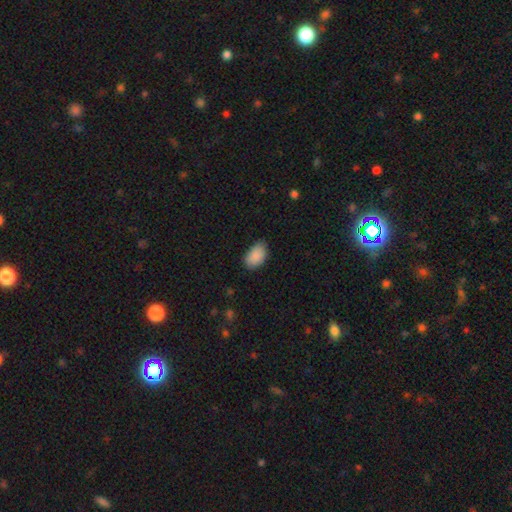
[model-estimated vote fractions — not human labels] Smooth or featured?
  - smooth: 89% *
  - star or artifact: 7%
  - featured or disk: 4%
How rounded?
  - in between: 93% *
  - round: 6%
  - cigar-shaped: 1%
Merging?
  - none: 75% *
  - minor disturbance: 21%
  - major disturbance: 3%
  - merger: 1%